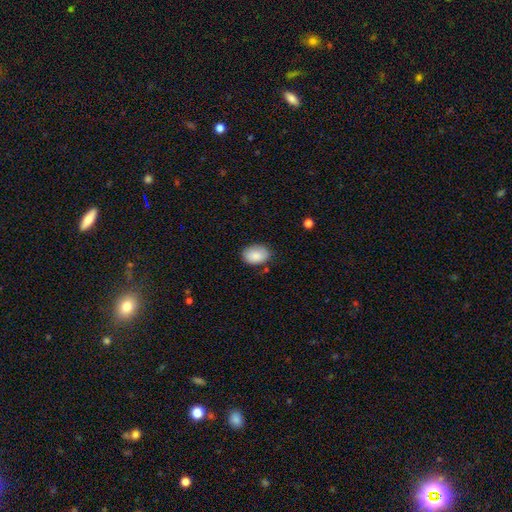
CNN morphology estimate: Smooth or featured? Predicted: smooth (p=0.88). How rounded? Predicted: in between (p=0.85). Merging? Predicted: none (p=0.78).